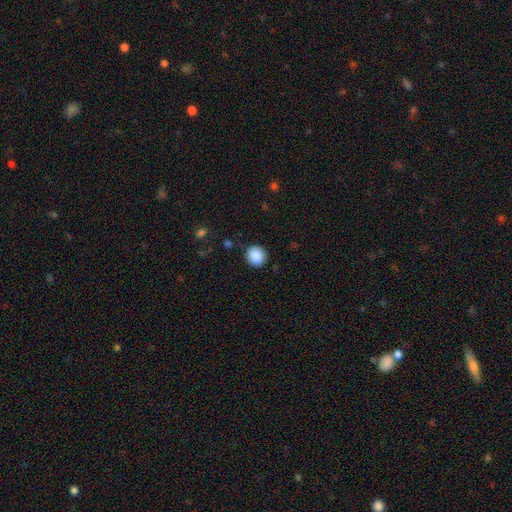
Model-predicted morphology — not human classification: smooth_or_featured: smooth (p=0.89) [alt: star or artifact p=0.08]
how_rounded: round (p=0.84) [alt: in between p=0.15]
merging: none (p=0.89) [alt: minor disturbance p=0.08]